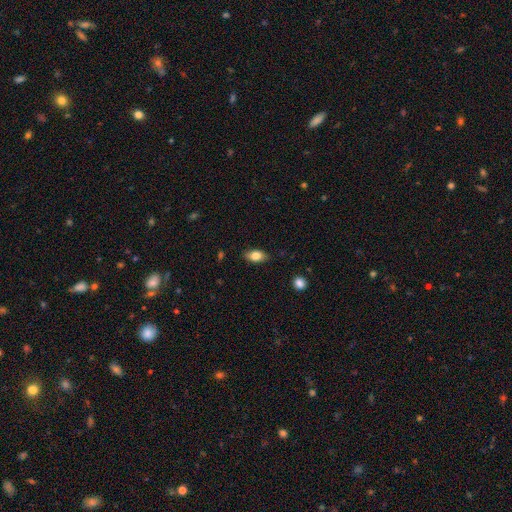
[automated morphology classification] smooth 79%, featured or disk 13%, star or artifact 8%. Down the decision tree: how rounded — in between (87%); merging — none (84%).